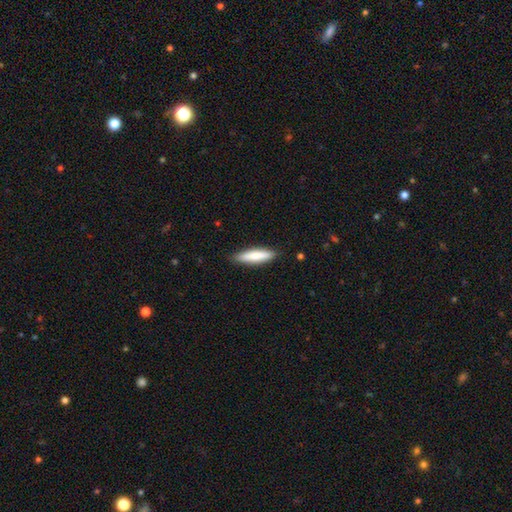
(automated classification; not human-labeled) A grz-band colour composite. It shows a smooth galaxy with no disk features (77%) that is cigar-shaped (77%). Merging: none (87%).